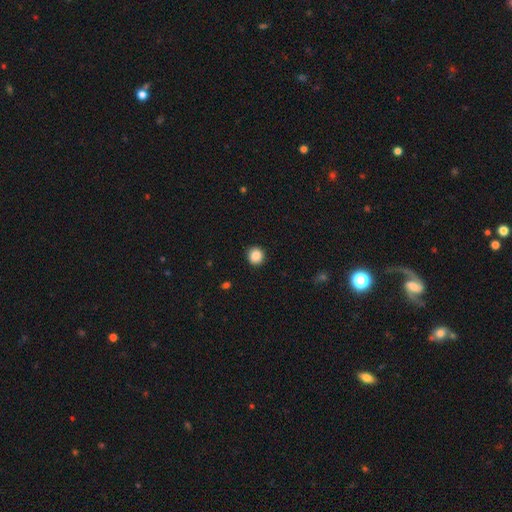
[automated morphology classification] The model was most divided on "smooth or featured": smooth: 87%, star or artifact: 10%, featured or disk: 3%. More confident: merging — none (91%); how rounded — round (91%).